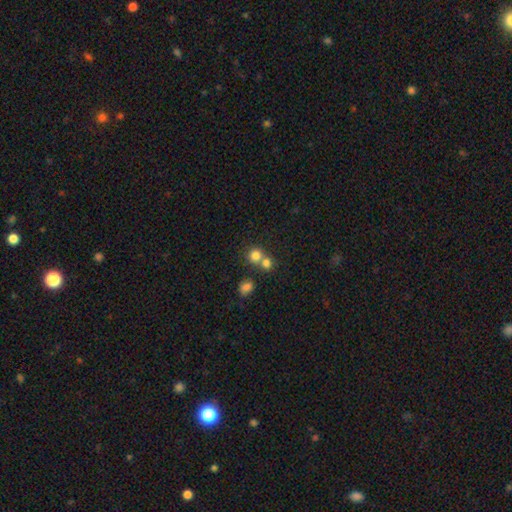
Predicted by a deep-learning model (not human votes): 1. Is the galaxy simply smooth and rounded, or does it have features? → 79% smooth, 13% star or artifact, 8% featured or disk.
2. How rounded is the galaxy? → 87% round, 12% in between, 1% cigar-shaped.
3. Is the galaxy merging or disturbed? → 49% none, 43% merger, 6% minor disturbance, 3% major disturbance.